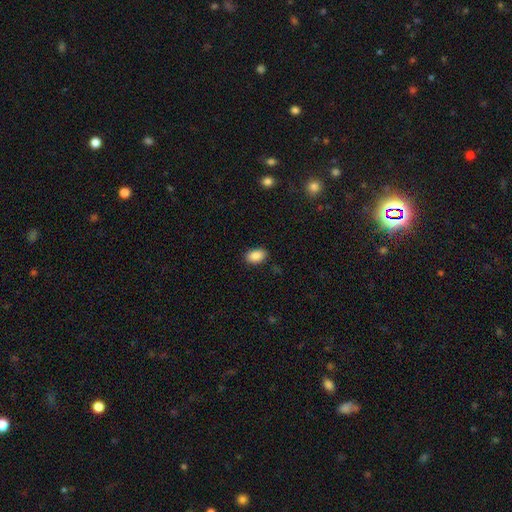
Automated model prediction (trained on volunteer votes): Smooth or featured: smooth — 89% (star or artifact — 8%)
How rounded: in between — 89% (round — 9%)
Merging: none — 87% (minor disturbance — 10%)